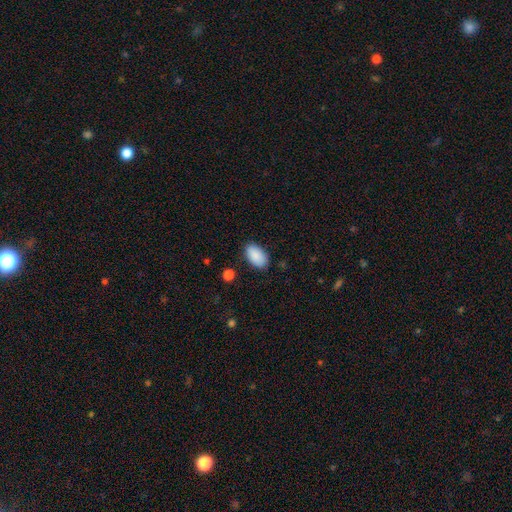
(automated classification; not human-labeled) Smooth or featured: smooth — 90% (star or artifact — 6%)
How rounded: in between — 95% (round — 4%)
Merging: none — 85% (minor disturbance — 11%)